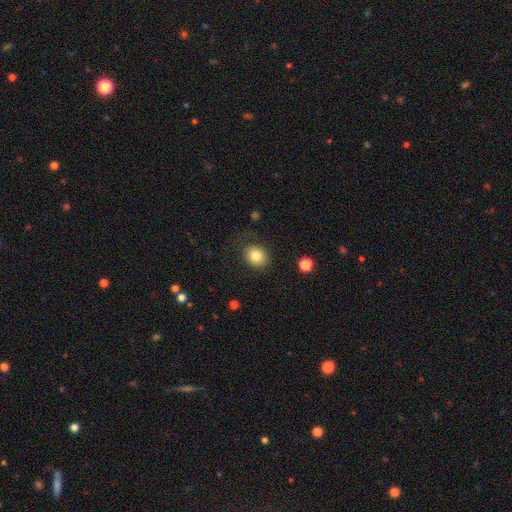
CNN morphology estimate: Smooth or featured? Predicted: smooth (p=0.82). How rounded? Predicted: round (p=0.64). Merging? Predicted: none (p=0.78).